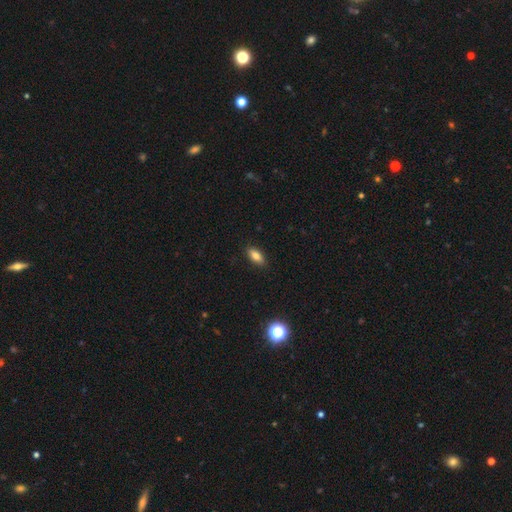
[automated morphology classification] This appears to be a smooth galaxy with no disk features (80%) that is in between round and cigar-shaped (85%). Merging: none (88%).